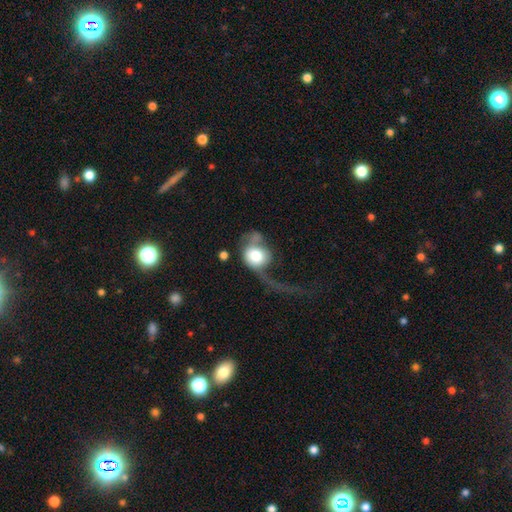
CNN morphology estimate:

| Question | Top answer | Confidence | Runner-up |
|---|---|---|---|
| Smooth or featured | smooth | 59% | featured or disk (34%) |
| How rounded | round | 61% | in between (38%) |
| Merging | major disturbance | 63% | none (14%) |